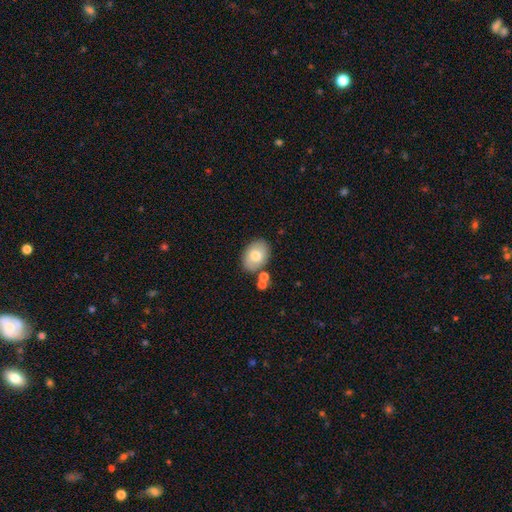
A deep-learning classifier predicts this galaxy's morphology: This is likely a smooth galaxy (72%). How rounded: likely in between (77%). Merging: likely none (78%).